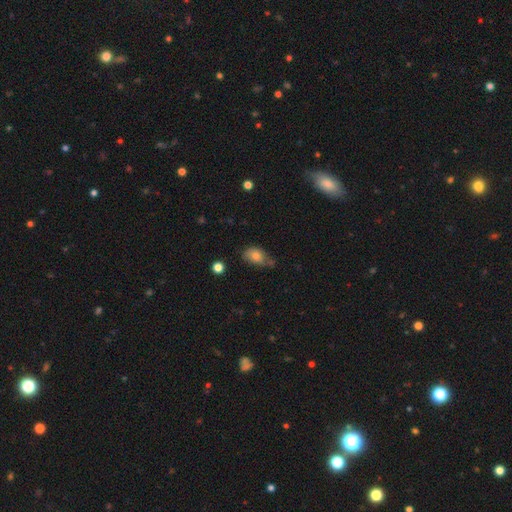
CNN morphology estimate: Q: Smooth or featured?
A: smooth (77%); runner-up: featured or disk (13%)
Q: How rounded?
A: in between (82%); runner-up: round (16%)
Q: Merging?
A: none (45%); runner-up: minor disturbance (36%)